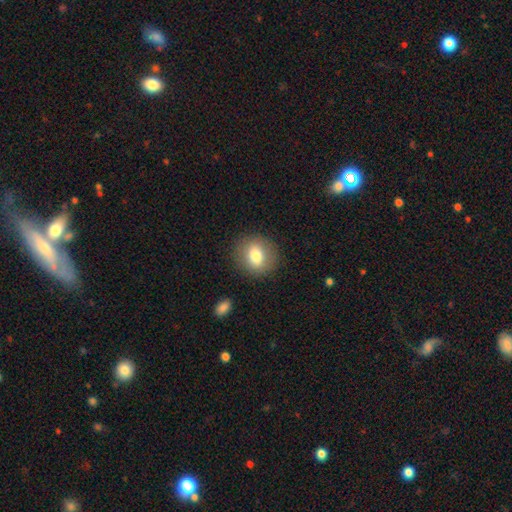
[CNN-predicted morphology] type=smooth (77%); roundness=round (67%); merging=none (87%).